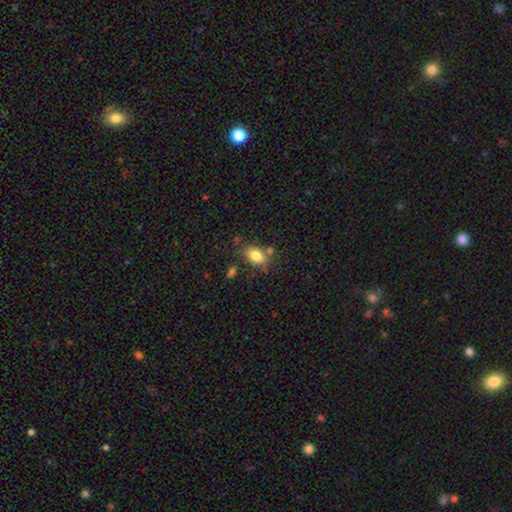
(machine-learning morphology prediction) Smooth or featured? smooth (81%)
How rounded? in between (77%)
Merging? none (66%)